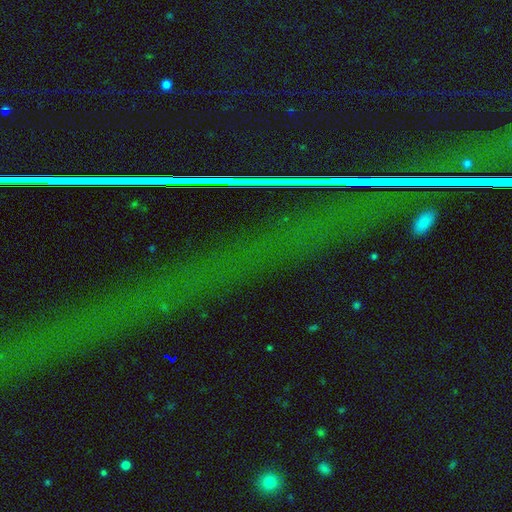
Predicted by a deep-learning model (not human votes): Q: Smooth or featured?
A: star or artifact (85%); runner-up: featured or disk (8%)